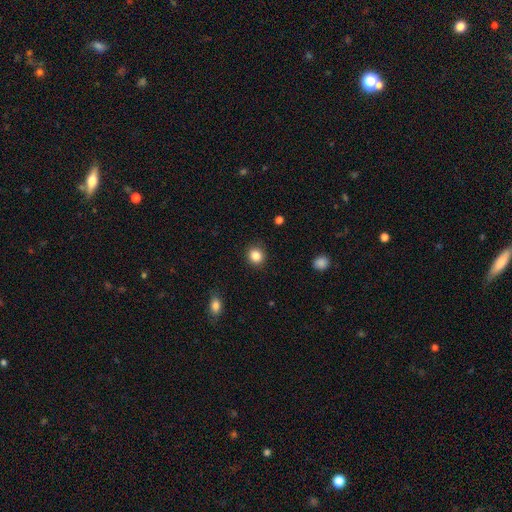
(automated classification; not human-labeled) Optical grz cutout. It shows a smooth galaxy with no disk features (86%) that is round (86%). Merging: none (90%).